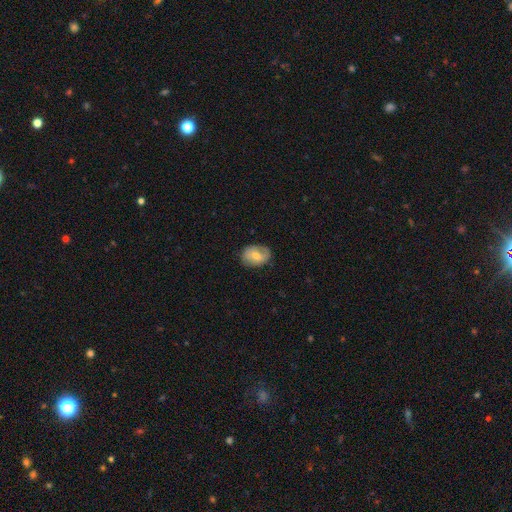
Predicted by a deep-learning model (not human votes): smooth-or-featured: smooth: 51% | featured or disk: 41% | star or artifact: 8%
  how-rounded: in between: 70% | round: 29% | cigar-shaped: 1%
  merging: none: 77% | minor disturbance: 18% | major disturbance: 4% | merger: 1%